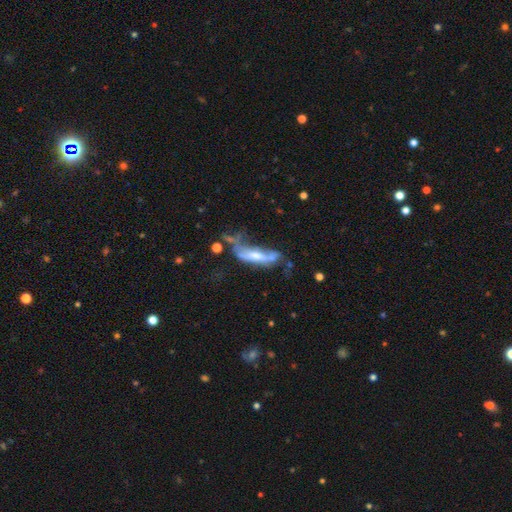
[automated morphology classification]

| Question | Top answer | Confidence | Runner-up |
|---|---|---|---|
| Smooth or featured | featured or disk | 57% | smooth (35%) |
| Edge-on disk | no | 63% | yes (37%) |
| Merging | major disturbance | 37% | none (22%) |